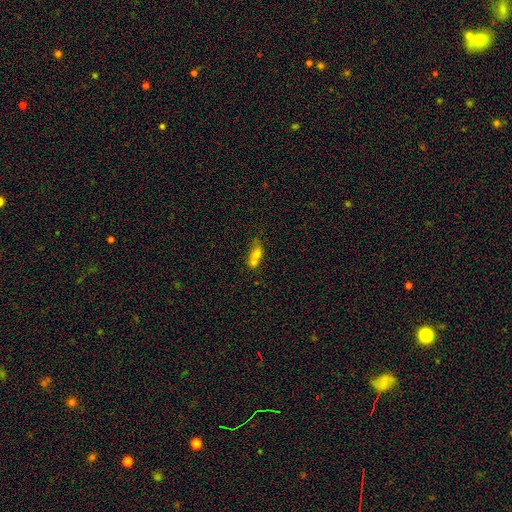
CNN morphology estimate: This appears to be a smooth galaxy with no disk features (65%) that is in between round and cigar-shaped (61%). Merging: merger (66%).